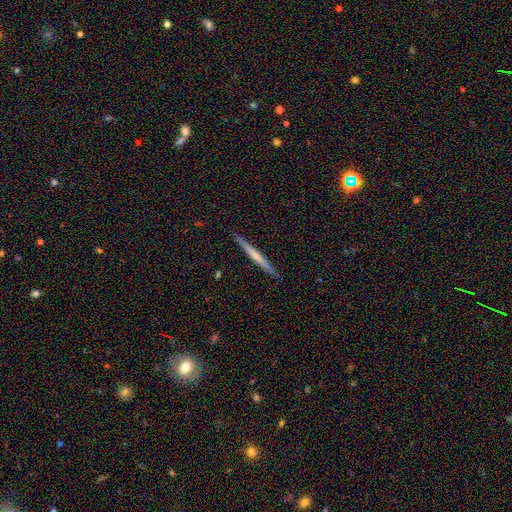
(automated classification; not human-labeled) smooth 50%, featured or disk 44%, star or artifact 6%. Down the decision tree: merging — none (91%).